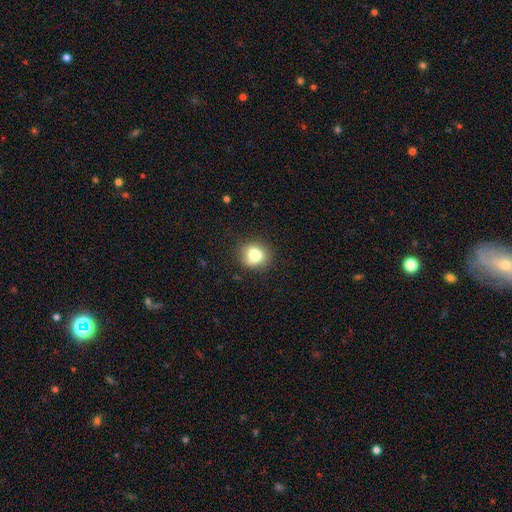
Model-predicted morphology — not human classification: This is likely a smooth galaxy (78%). How rounded: likely round (73%). Merging: likely none (70%).